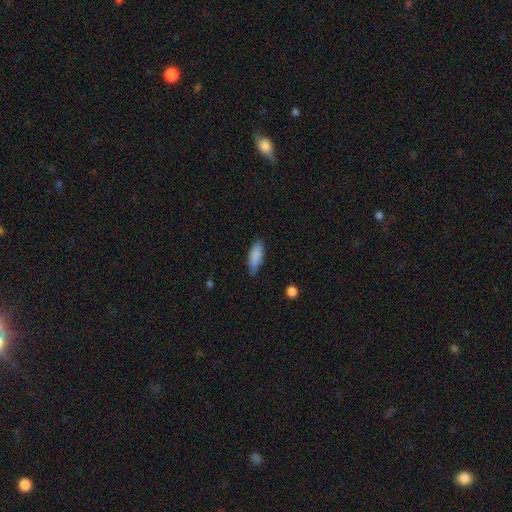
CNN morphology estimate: Smooth or featured?
  - smooth: 87% *
  - featured or disk: 7%
  - star or artifact: 6%
How rounded?
  - in between: 68% *
  - cigar-shaped: 30%
  - round: 2%
Merging?
  - none: 75% *
  - minor disturbance: 20%
  - major disturbance: 3%
  - merger: 1%